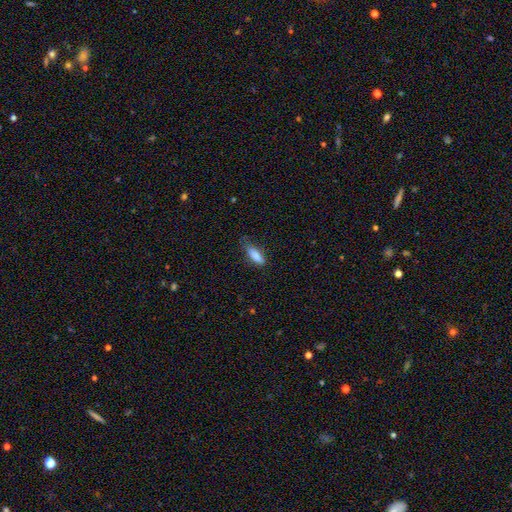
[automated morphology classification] Q: Smooth or featured?
A: smooth (84%); runner-up: featured or disk (9%)
Q: How rounded?
A: in between (50%); runner-up: cigar-shaped (48%)
Q: Merging?
A: none (61%); runner-up: minor disturbance (30%)